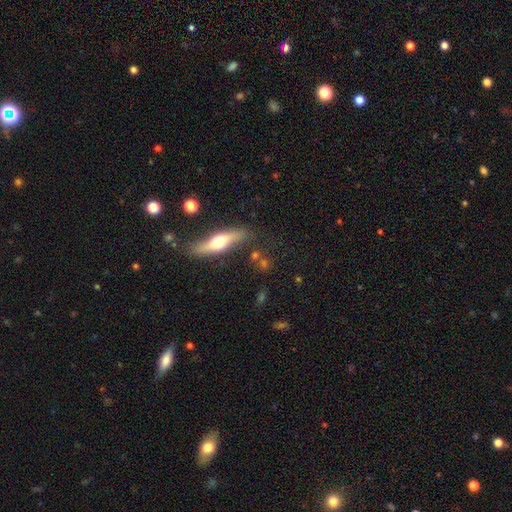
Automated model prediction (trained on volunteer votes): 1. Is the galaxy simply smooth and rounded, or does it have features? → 50% featured or disk, 41% smooth, 8% star or artifact.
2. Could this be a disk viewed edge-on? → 81% yes, 19% no.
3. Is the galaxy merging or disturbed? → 77% none, 14% minor disturbance, 5% merger, 4% major disturbance.